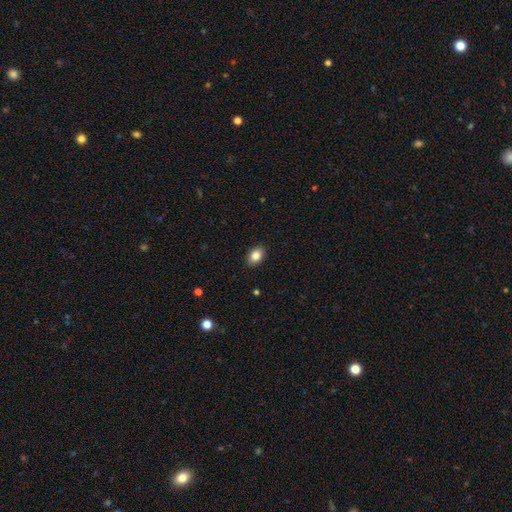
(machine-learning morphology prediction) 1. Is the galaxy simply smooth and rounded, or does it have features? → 85% smooth, 8% star or artifact, 6% featured or disk.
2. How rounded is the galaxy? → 81% in between, 18% round, 1% cigar-shaped.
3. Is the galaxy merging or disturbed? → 90% none, 8% minor disturbance, 2% major disturbance, 1% merger.